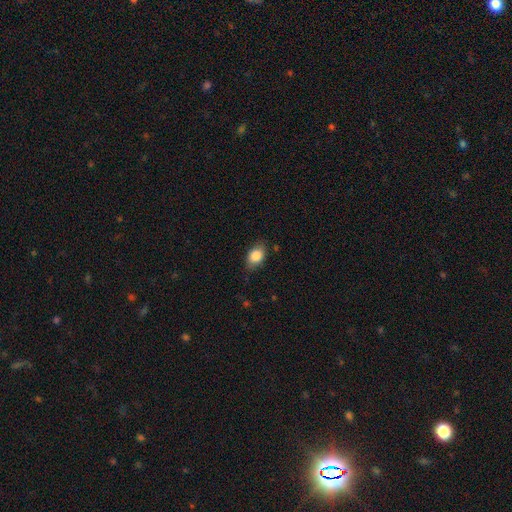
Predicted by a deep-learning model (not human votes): Overall: smooth (84%). How rounded: in between (78%). Merging: none (77%).